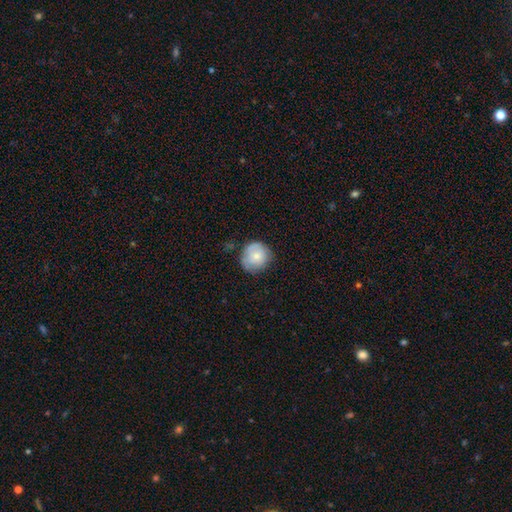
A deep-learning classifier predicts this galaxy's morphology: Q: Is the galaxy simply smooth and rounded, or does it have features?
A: smooth — 70%.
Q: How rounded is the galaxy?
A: round — 87%.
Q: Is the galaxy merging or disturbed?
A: none — 67%.